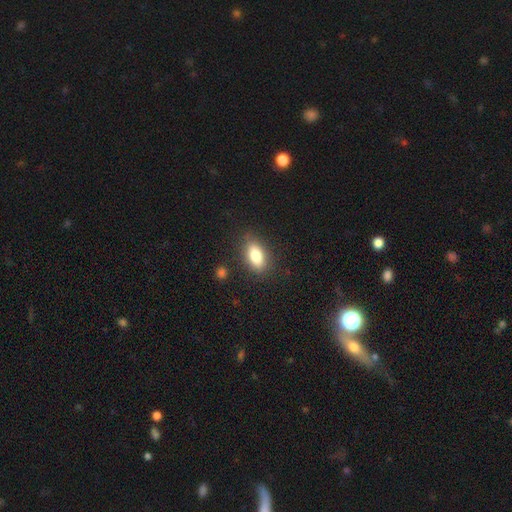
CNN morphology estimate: smooth 79%, featured or disk 13%, star or artifact 8%. Down the decision tree: how rounded — in between (85%); merging — none (84%).